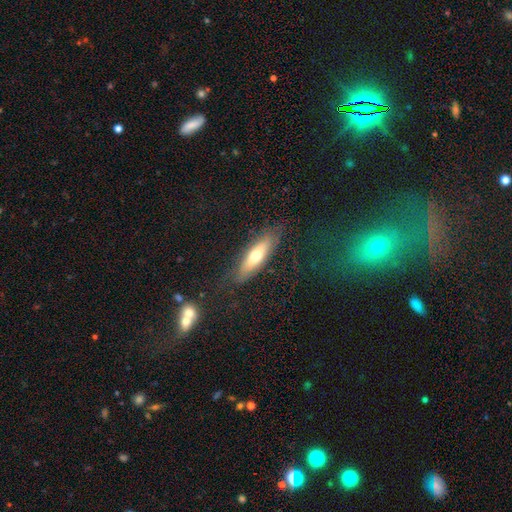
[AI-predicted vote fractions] Smooth or featured? Predicted: smooth (p=0.56). How rounded? Predicted: cigar-shaped (p=0.56). Merging? Predicted: none (p=0.79).